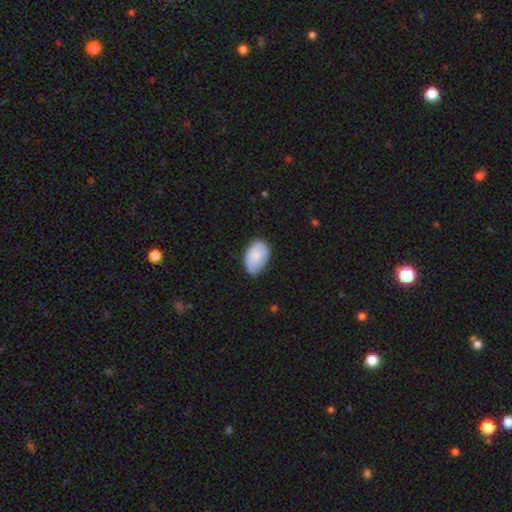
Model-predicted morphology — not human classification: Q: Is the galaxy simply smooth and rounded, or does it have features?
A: smooth — 80%.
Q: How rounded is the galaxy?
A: in between — 91%.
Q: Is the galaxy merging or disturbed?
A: none — 65%.